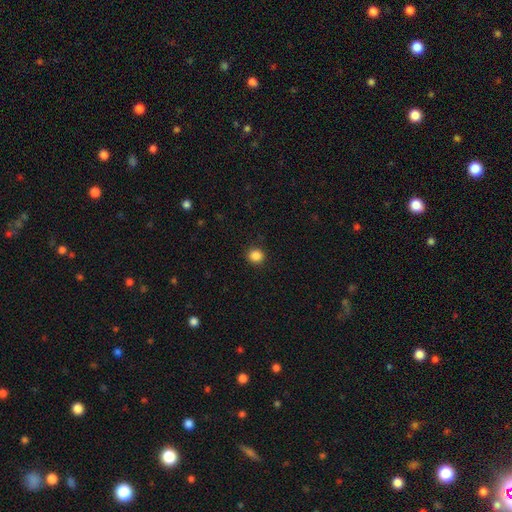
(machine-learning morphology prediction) type=smooth (86%); roundness=round (90%); merging=none (92%).